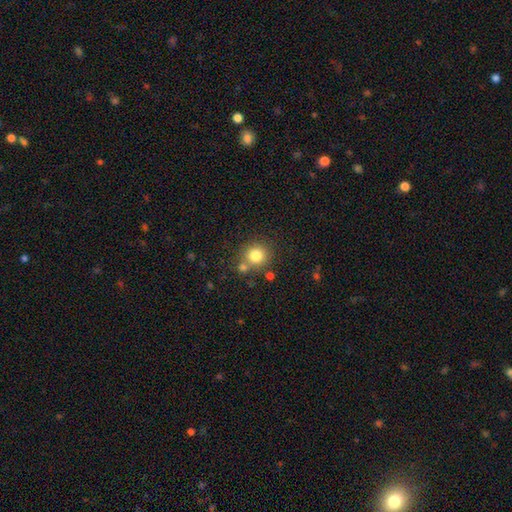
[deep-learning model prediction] Morphology: type=smooth (80%); roundness=round (90%); merging=none (70%).